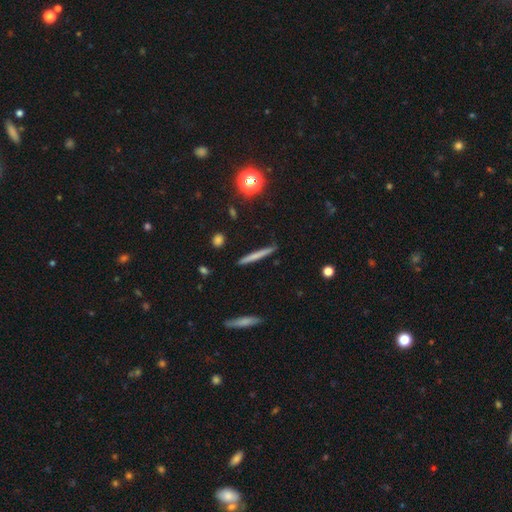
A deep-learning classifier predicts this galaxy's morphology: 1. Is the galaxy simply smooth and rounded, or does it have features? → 63% smooth, 30% featured or disk, 8% star or artifact.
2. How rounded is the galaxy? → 95% cigar-shaped, 3% in between, 2% round.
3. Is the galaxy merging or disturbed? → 89% none, 7% minor disturbance, 2% major disturbance, 2% merger.